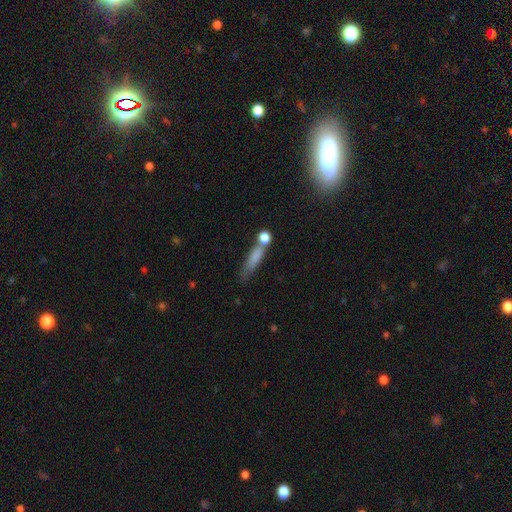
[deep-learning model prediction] Smooth or featured: smooth — 72% (featured or disk — 17%)
How rounded: cigar-shaped — 70% (in between — 22%)
Merging: none — 46% (merger — 25%)